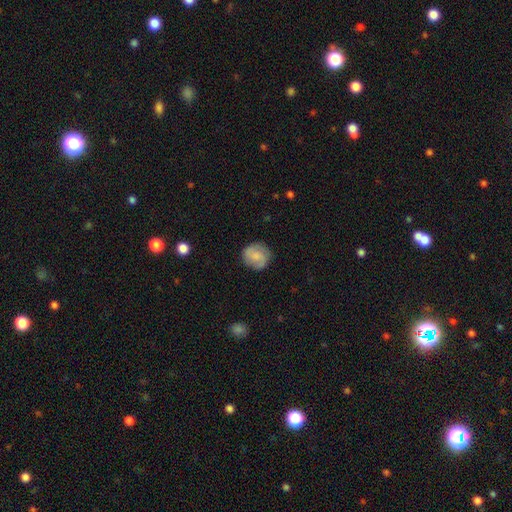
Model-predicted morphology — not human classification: A smooth galaxy with no disk features (55%) that is round (85%). Merging: none (80%).